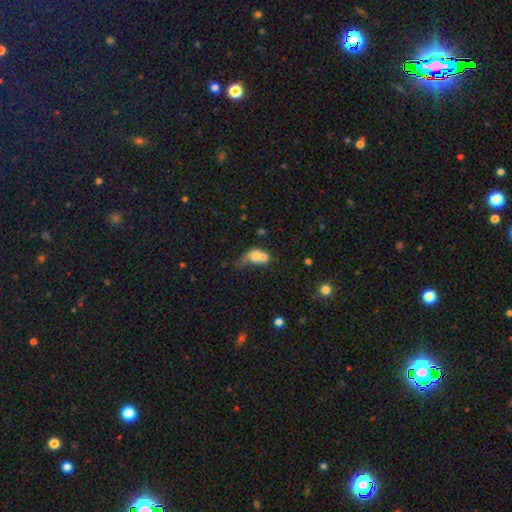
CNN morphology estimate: A smooth galaxy with no disk features (63%) that is in between round and cigar-shaped (55%).

Vote fractions:
- Smooth or featured? smooth: 63% / featured or disk: 26% / star or artifact: 11%
- How rounded? in between: 55% / round: 42% / cigar-shaped: 3%
- Merging? merger: 65% / none: 13% / major disturbance: 13% / minor disturbance: 9%